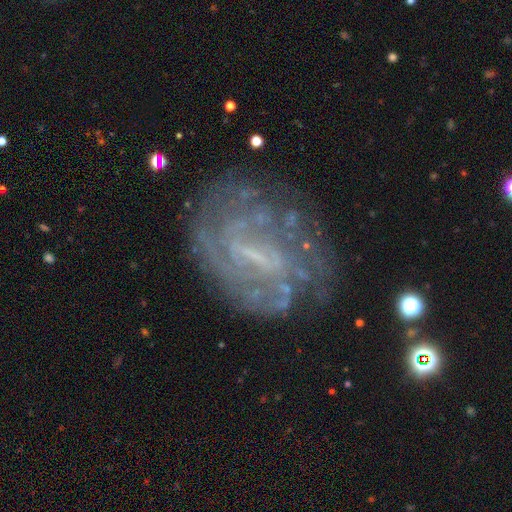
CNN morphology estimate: smooth-or-featured: featured or disk: 80% | smooth: 11% | star or artifact: 9%
  disk-edge-on: no: 97% | yes: 3%
    bar: weak: 50% | strong: 31% | no: 20%
    has-spiral-arms: yes: 72% | no: 28%
      spiral-winding: tight: 55% | medium: 31% | loose: 14%
      spiral-arm-count: can't tell: 57% | 2: 18% | 3: 9% | 4: 6% | 1: 5% | more than 4: 5%
    bulge-size: small: 46% | none: 37% | moderate: 15% | large: 2% | dominant: 1%
  merging: none: 64% | minor disturbance: 19% | major disturbance: 14% | merger: 3%